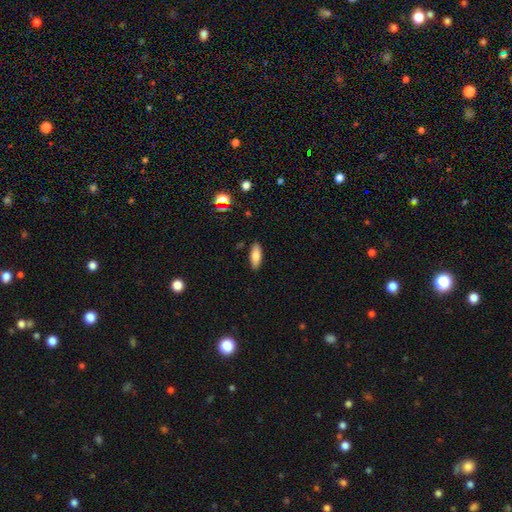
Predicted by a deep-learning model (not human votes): Smooth or featured? smooth (81%)
How rounded? in between (73%)
Merging? none (87%)